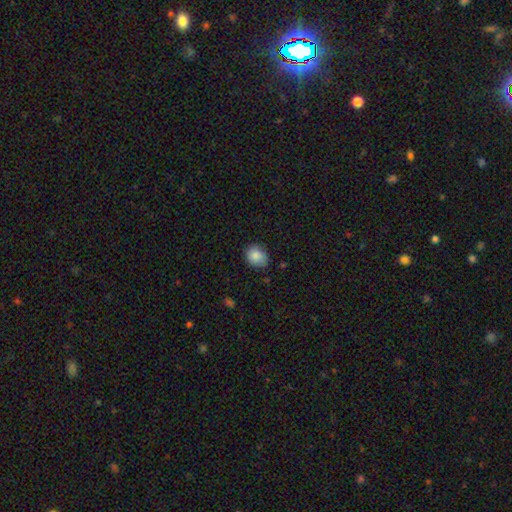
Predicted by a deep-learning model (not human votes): Overall: smooth (85%). How rounded: round (62%; in between 37%). Merging: none (72%).